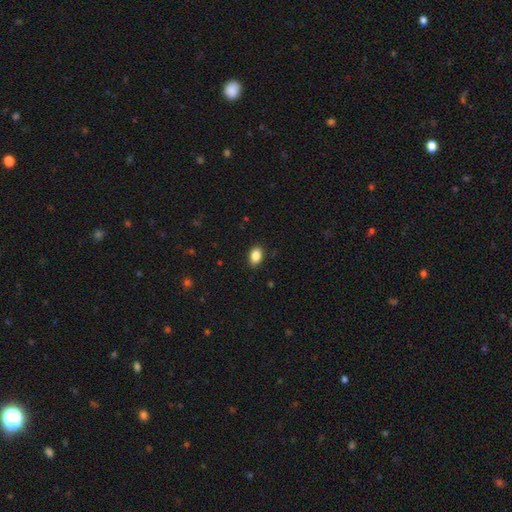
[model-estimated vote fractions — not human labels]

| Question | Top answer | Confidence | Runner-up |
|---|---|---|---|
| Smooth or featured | smooth | 88% | star or artifact (8%) |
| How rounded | in between | 86% | round (12%) |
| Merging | none | 88% | minor disturbance (9%) |